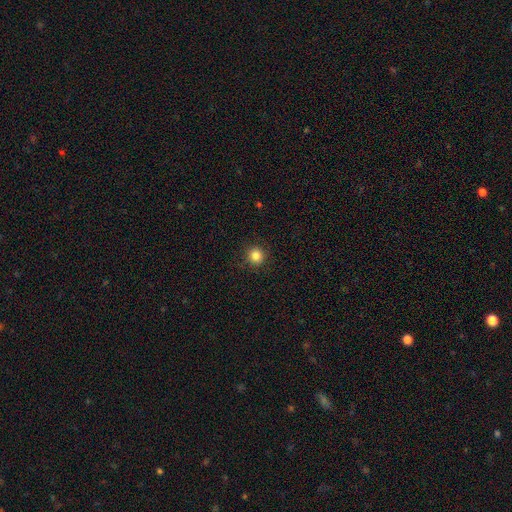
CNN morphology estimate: This is clearly a smooth galaxy (85%). How rounded: clearly round (94%). Merging: clearly none (91%).